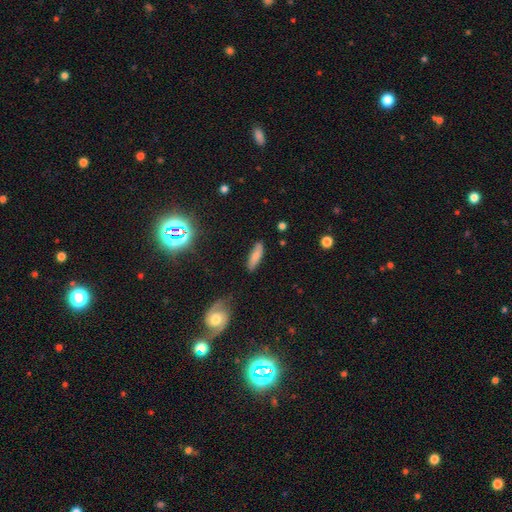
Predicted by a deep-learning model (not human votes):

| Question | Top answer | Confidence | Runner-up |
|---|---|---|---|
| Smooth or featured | smooth | 75% | featured or disk (16%) |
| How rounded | cigar-shaped | 58% | in between (39%) |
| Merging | none | 80% | minor disturbance (14%) |